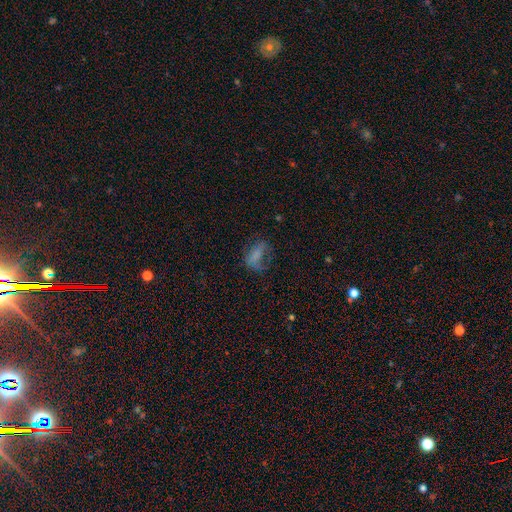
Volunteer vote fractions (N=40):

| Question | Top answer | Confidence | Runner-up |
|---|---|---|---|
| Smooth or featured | featured or disk | 45% | smooth (42%) |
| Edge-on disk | no | 94% | yes (6%) |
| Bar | no | 53% | weak (29%) |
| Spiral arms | no | 82% | yes (18%) |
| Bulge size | none | 82% | moderate (12%) |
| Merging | major disturbance | 60% | none (31%) |